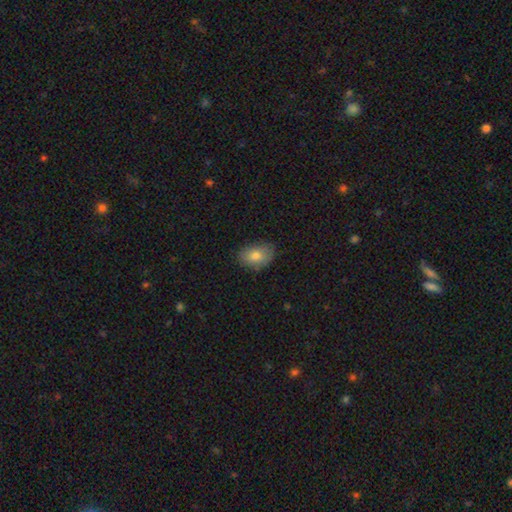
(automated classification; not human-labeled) This appears to be a smooth galaxy with no disk features (81%) that is in between round and cigar-shaped (83%). Merging: none (80%).